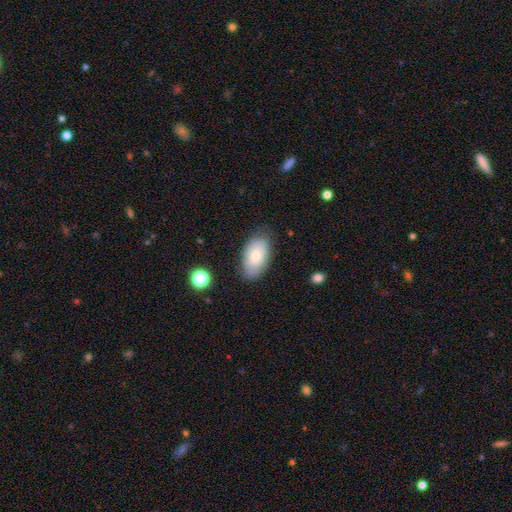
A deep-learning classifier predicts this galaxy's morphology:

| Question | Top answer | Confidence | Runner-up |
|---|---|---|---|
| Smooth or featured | smooth | 72% | featured or disk (20%) |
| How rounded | in between | 93% | round (5%) |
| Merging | none | 75% | minor disturbance (19%) |